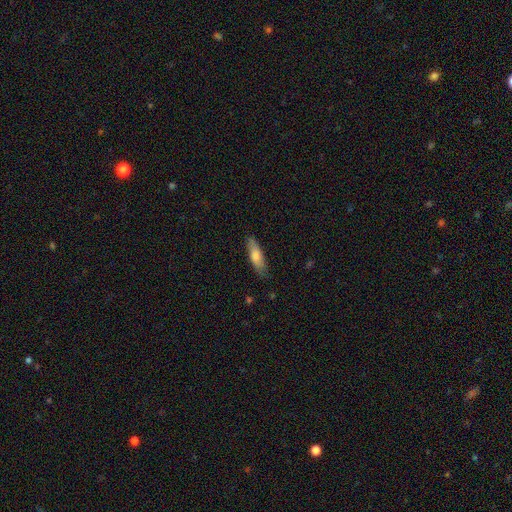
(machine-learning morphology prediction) This appears to be a smooth galaxy with no disk features (73%) that is cigar-shaped (55%). Merging: none (80%).